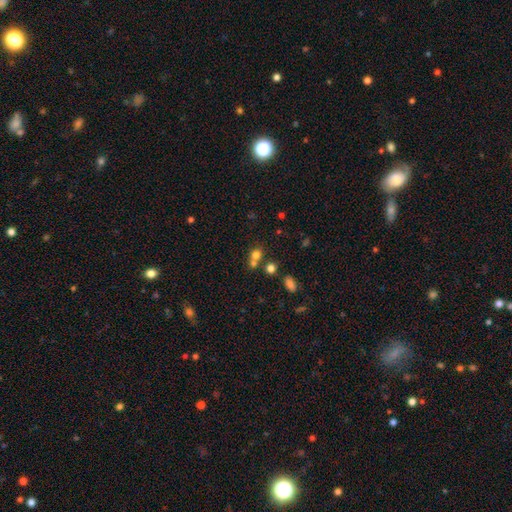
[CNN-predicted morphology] Q: Smooth or featured?
A: smooth (73%); runner-up: star or artifact (16%)
Q: How rounded?
A: round (75%); runner-up: in between (24%)
Q: Merging?
A: merger (46%); runner-up: none (43%)